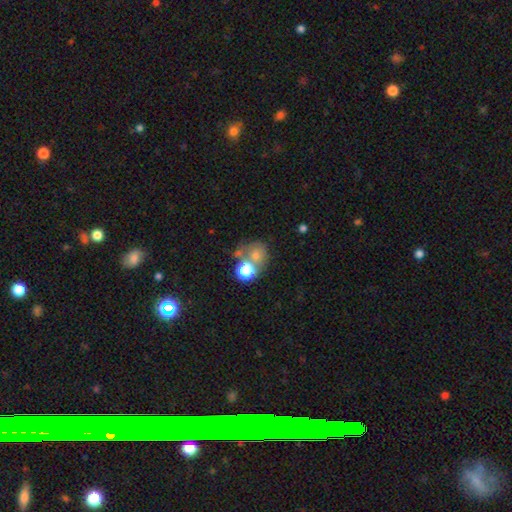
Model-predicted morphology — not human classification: smooth 63%, star or artifact 19%, featured or disk 18%. Down the decision tree: how rounded — round (74%); merging — merger (41%).